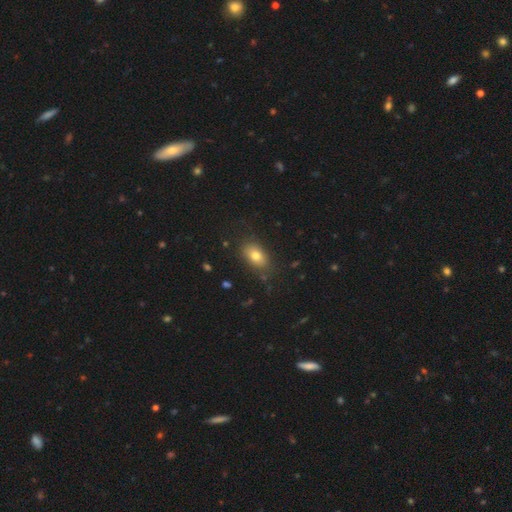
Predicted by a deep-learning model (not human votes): This appears to be a smooth galaxy with no disk features (77%) that is in between round and cigar-shaped (85%). Merging: none (80%).